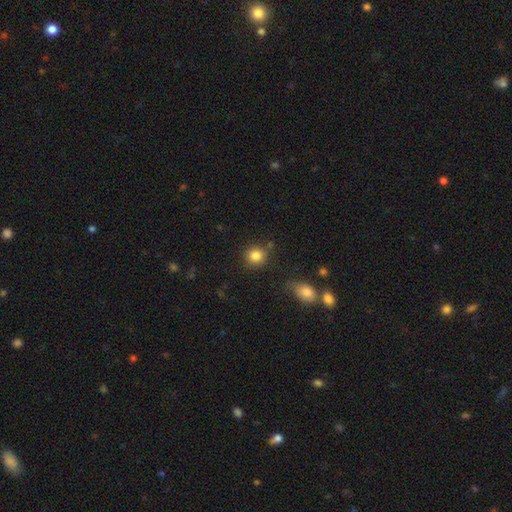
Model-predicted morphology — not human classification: This is clearly a smooth galaxy (84%). How rounded: clearly round (87%). Merging: clearly none (81%).